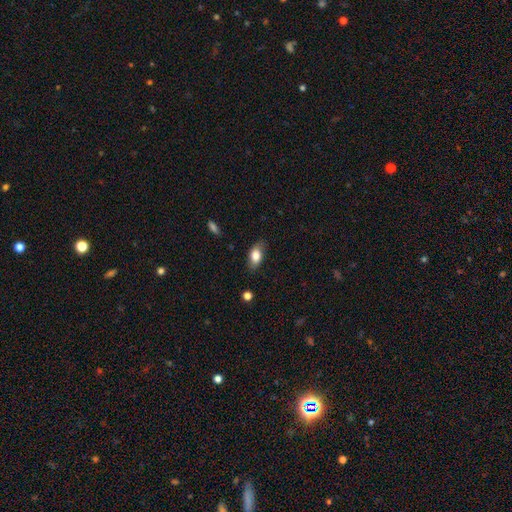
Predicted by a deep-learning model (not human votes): smooth_or_featured: smooth (p=0.80) [alt: featured or disk p=0.13]
how_rounded: in between (p=0.90) [alt: round p=0.06]
merging: none (p=0.80) [alt: minor disturbance p=0.16]